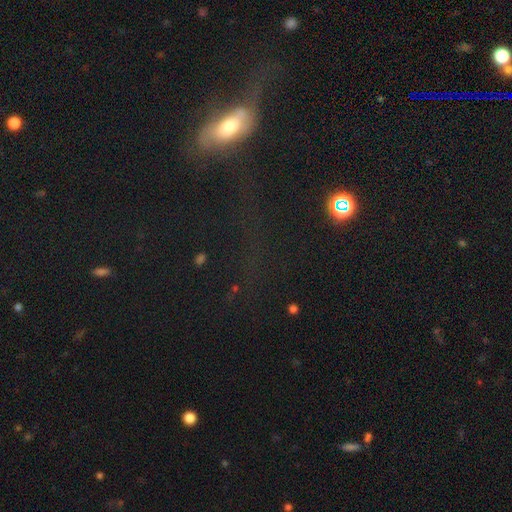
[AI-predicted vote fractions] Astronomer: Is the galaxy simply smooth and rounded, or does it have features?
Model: star or artifact — 40% (runner-up: smooth, 35%).